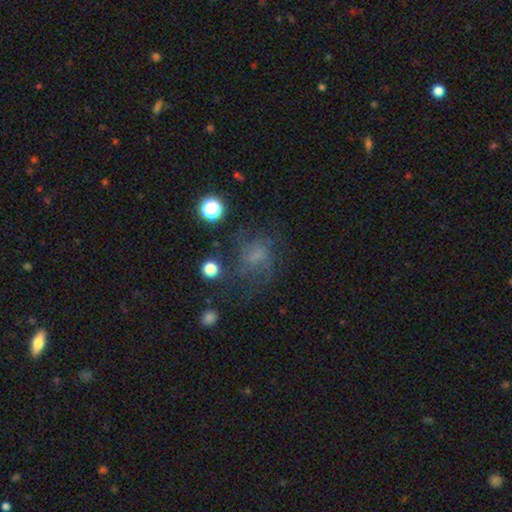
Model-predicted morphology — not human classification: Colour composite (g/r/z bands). It shows a smooth galaxy with no disk features (40%). Merging: none (52%).